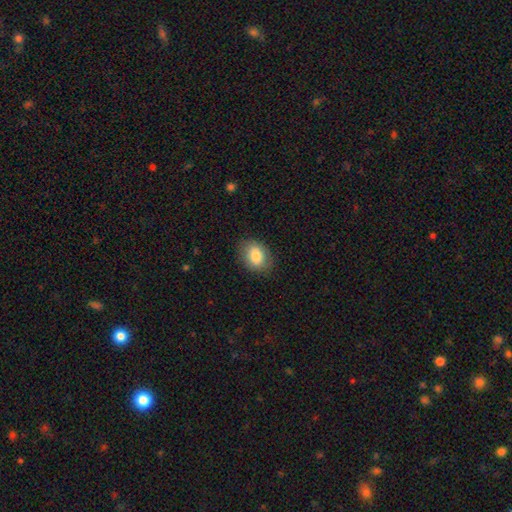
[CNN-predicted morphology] Smooth or featured? Predicted: smooth (p=0.84). How rounded? Predicted: in between (p=0.68). Merging? Predicted: none (p=0.83).